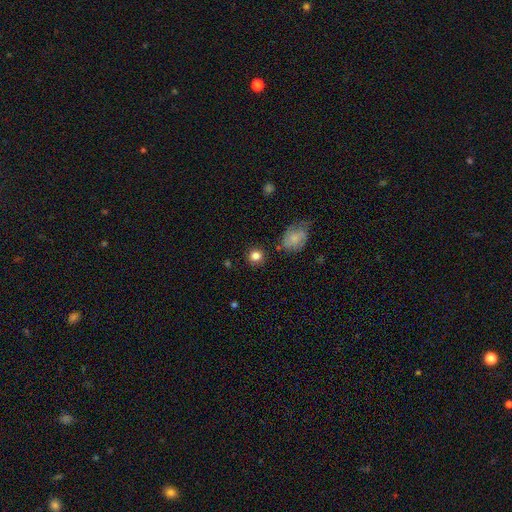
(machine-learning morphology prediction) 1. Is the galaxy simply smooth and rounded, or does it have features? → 83% smooth, 10% star or artifact, 7% featured or disk.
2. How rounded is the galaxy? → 89% round, 10% in between, 1% cigar-shaped.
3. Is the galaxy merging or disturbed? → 84% none, 9% minor disturbance, 3% merger, 3% major disturbance.